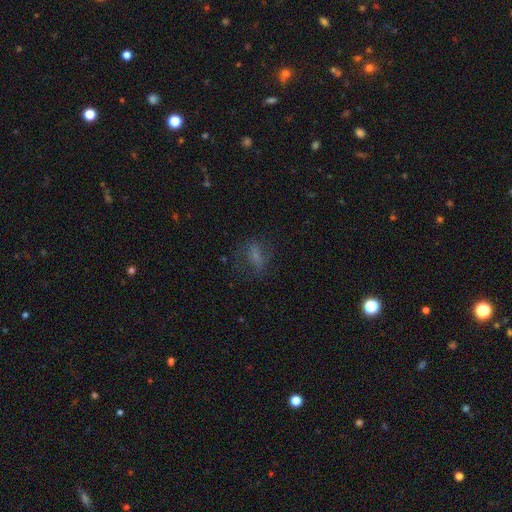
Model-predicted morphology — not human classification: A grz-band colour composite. It shows a smooth galaxy with no disk features (51%) that is in between round and cigar-shaped (67%). Merging: none (58%).